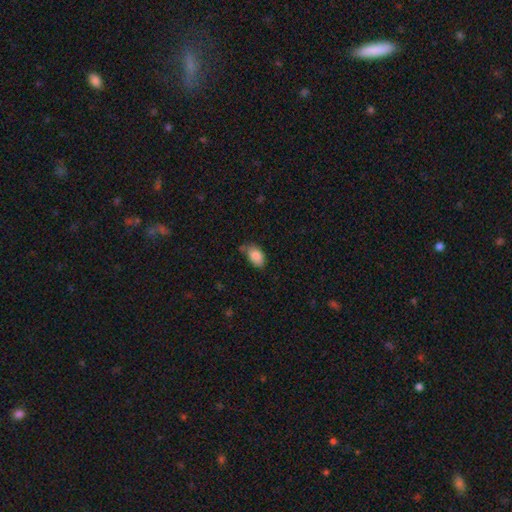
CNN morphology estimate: Smooth or featured? Predicted: smooth (p=0.86). How rounded? Predicted: in between (p=0.89). Merging? Predicted: none (p=0.54).